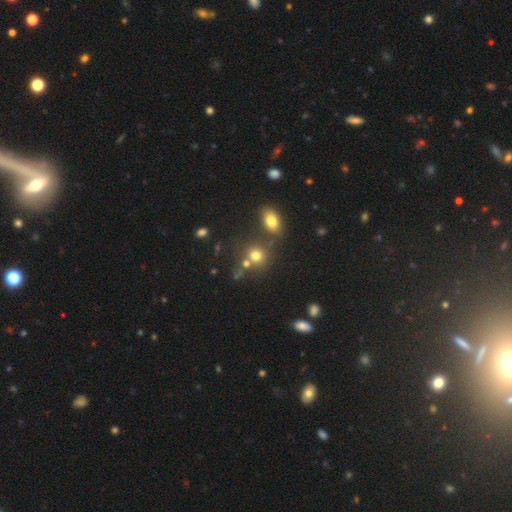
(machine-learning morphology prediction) Smooth or featured? smooth (72%)
How rounded? round (81%)
Merging? none (58%)